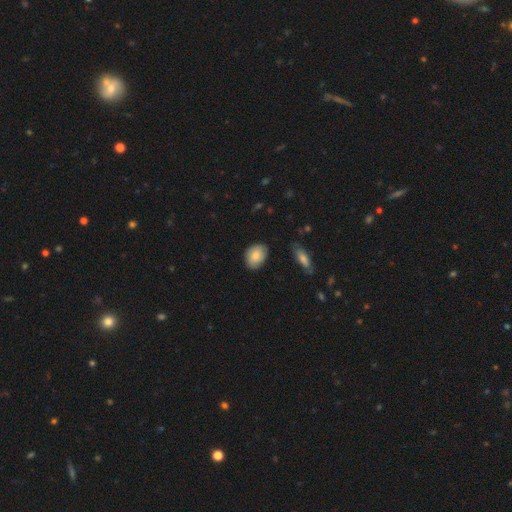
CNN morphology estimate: This is clearly a smooth galaxy (81%). How rounded: likely in between (70%). Merging: likely none (78%).